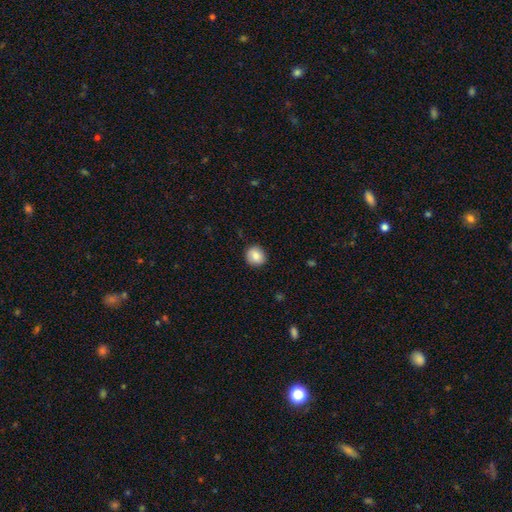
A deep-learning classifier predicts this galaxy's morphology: smooth_or_featured: smooth (p=0.83) [alt: featured or disk p=0.09]
how_rounded: round (p=0.86) [alt: in between p=0.13]
merging: none (p=0.89) [alt: minor disturbance p=0.08]